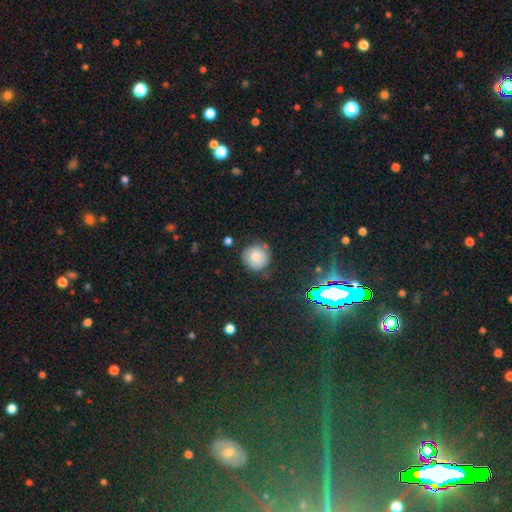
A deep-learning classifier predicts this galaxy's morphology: A smooth galaxy with no disk features (76%) that is round (92%).

Vote fractions:
- Smooth or featured? smooth: 76% / star or artifact: 13% / featured or disk: 11%
- How rounded? round: 92% / in between: 7% / cigar-shaped: 1%
- Merging? none: 77% / minor disturbance: 16% / major disturbance: 4% / merger: 3%